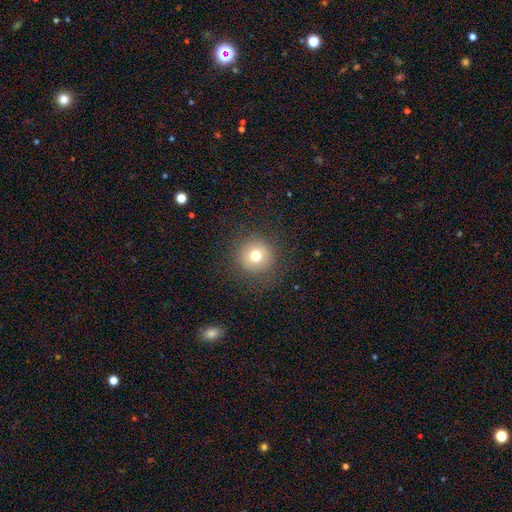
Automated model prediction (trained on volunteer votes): smooth 74%, star or artifact 14%, featured or disk 12%. Down the decision tree: how rounded — round (95%); merging — none (89%).